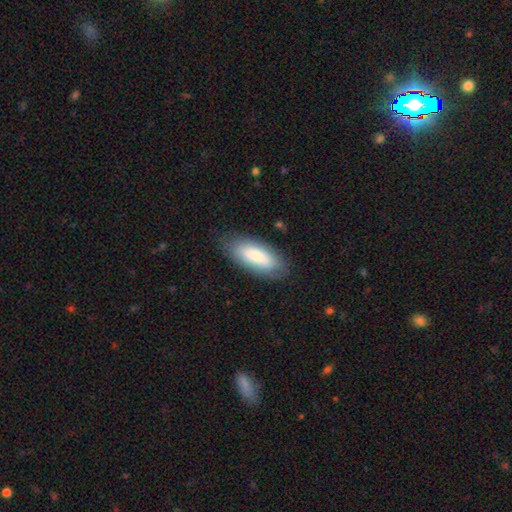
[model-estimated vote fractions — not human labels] Q: Smooth or featured?
A: smooth (81%); runner-up: featured or disk (13%)
Q: How rounded?
A: in between (77%); runner-up: cigar-shaped (21%)
Q: Merging?
A: none (81%); runner-up: minor disturbance (14%)